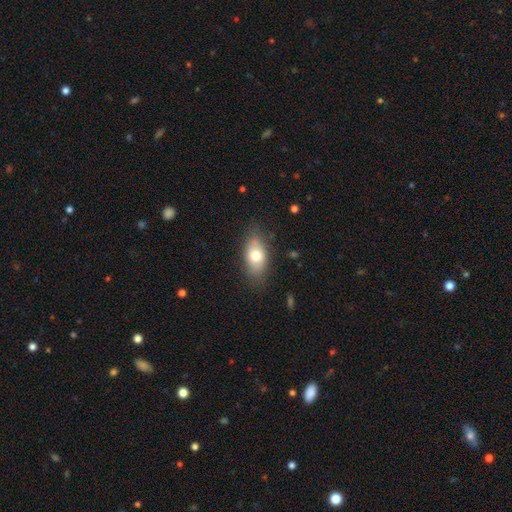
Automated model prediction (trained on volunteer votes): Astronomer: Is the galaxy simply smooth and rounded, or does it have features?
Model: smooth — 73%.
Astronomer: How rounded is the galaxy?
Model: in between — 87%.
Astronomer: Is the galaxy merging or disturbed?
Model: none — 78%.